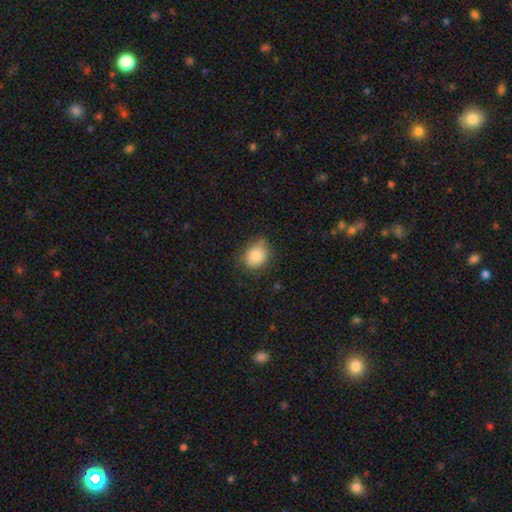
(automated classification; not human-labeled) Q: Smooth or featured?
A: smooth (82%); runner-up: star or artifact (9%)
Q: How rounded?
A: round (64%); runner-up: in between (35%)
Q: Merging?
A: none (72%); runner-up: minor disturbance (23%)